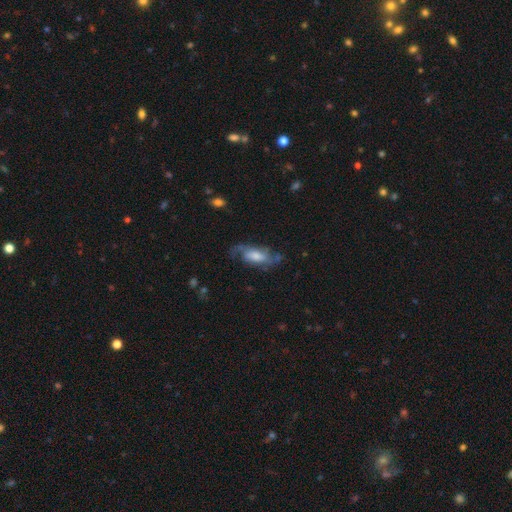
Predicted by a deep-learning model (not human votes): This is likely a featured or disk galaxy (72%). It is clearly not viewed edge-on (89%). Bar: possibly no (55%). Spiral arm pattern: clearly yes (91%). Spiral arm count: likely 2 (63%). Spiral winding: possibly medium (46%). Central bulge: marginally moderate (40%). Merging: likely none (63%).